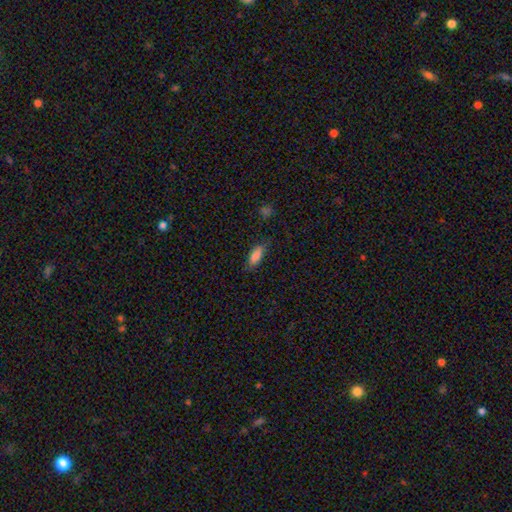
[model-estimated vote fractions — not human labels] A smooth galaxy with no disk features (85%) that is in between round and cigar-shaped (75%). Merging: none (76%).